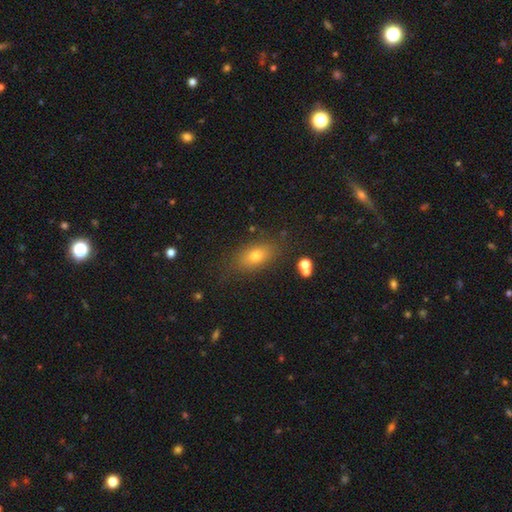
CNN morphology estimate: smooth_or_featured: smooth (p=0.72) [alt: star or artifact p=0.14]
how_rounded: in between (p=0.79) [alt: round p=0.14]
merging: none (p=0.79) [alt: minor disturbance p=0.13]